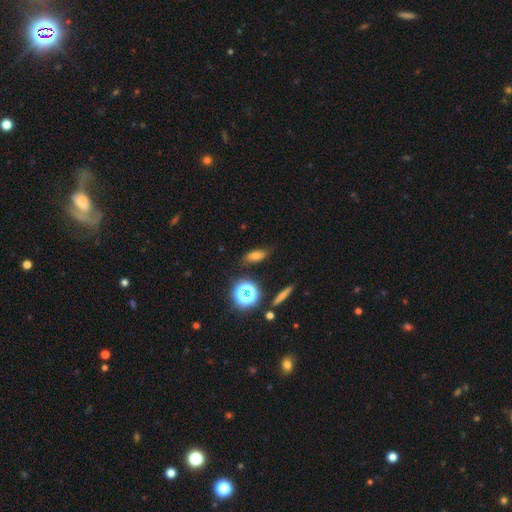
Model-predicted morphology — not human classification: A smooth galaxy with no disk features (66%) that is in between round and cigar-shaped (67%). Merging: none (81%).